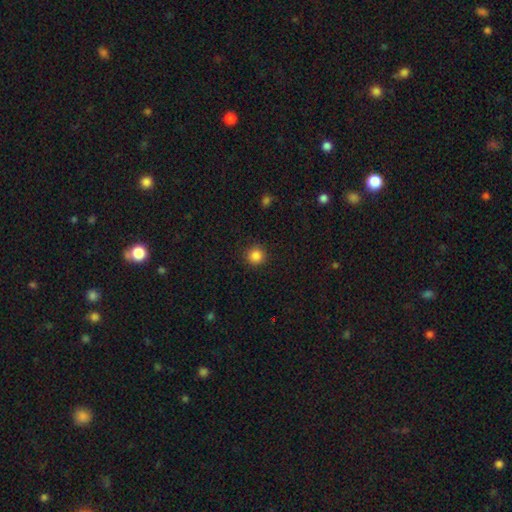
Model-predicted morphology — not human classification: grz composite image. It shows a smooth galaxy with no disk features (85%) that is round (95%). Merging: none (91%).